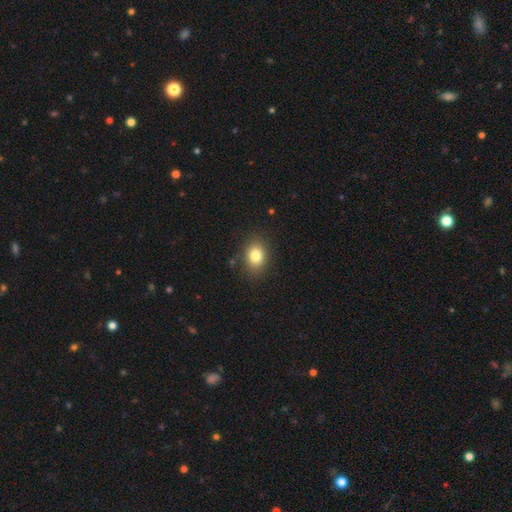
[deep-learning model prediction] A smooth galaxy with no disk features (82%) that is in between round and cigar-shaped (60%).

Vote fractions:
- Smooth or featured? smooth: 82% / star or artifact: 10% / featured or disk: 8%
- How rounded? in between: 60% / round: 39% / cigar-shaped: 1%
- Merging? none: 86% / minor disturbance: 10% / major disturbance: 3% / merger: 1%